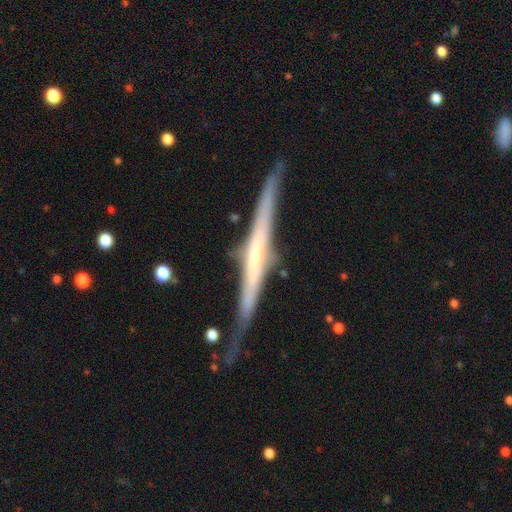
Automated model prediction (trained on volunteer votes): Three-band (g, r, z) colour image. It shows a featured or disk galaxy (75%) viewed edge-on (95%) with no central bulge (51%). Merging: none (69%).